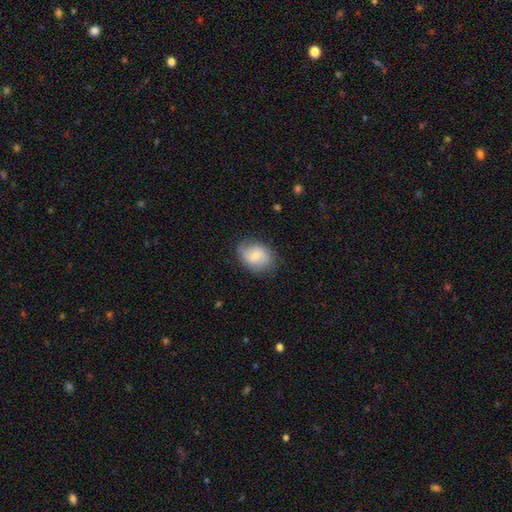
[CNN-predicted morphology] A smooth galaxy with no disk features (65%) that is in between round and cigar-shaped (60%).

Vote fractions:
- Smooth or featured? smooth: 65% / featured or disk: 28% / star or artifact: 7%
- How rounded? in between: 60% / round: 39% / cigar-shaped: 1%
- Merging? none: 72% / minor disturbance: 21% / major disturbance: 6% / merger: 1%